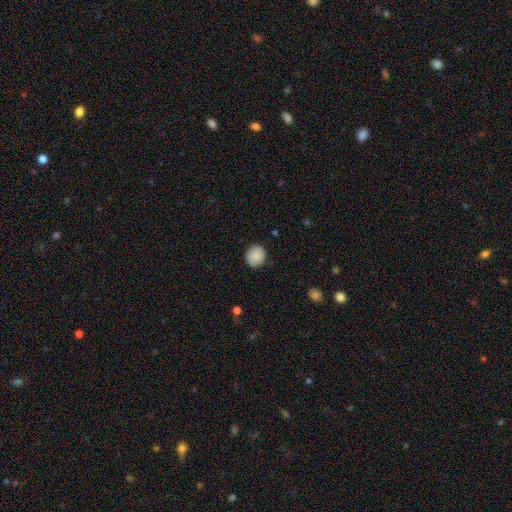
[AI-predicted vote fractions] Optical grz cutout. It shows a smooth galaxy with no disk features (83%) that is round (77%). Merging: none (82%).